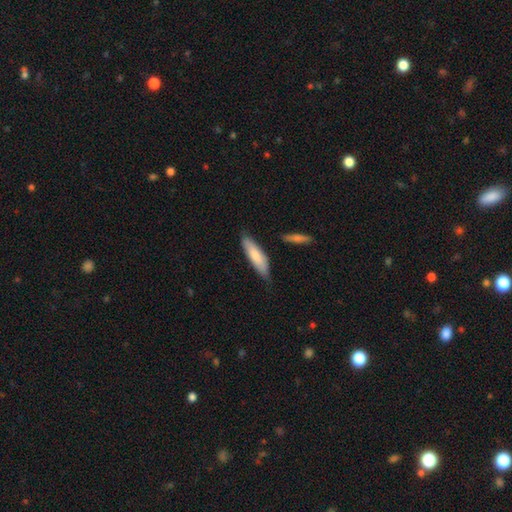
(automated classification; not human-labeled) Morphology: type=smooth (77%); roundness=cigar-shaped (60%); merging=none (71%).